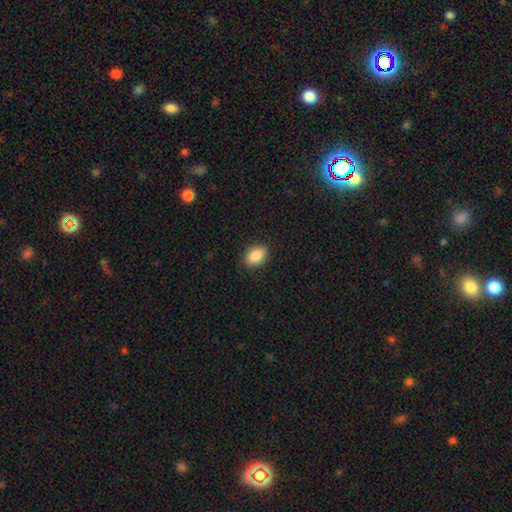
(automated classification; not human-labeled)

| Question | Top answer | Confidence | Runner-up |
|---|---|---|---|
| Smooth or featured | smooth | 87% | star or artifact (8%) |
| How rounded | in between | 82% | round (16%) |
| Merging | none | 88% | minor disturbance (9%) |